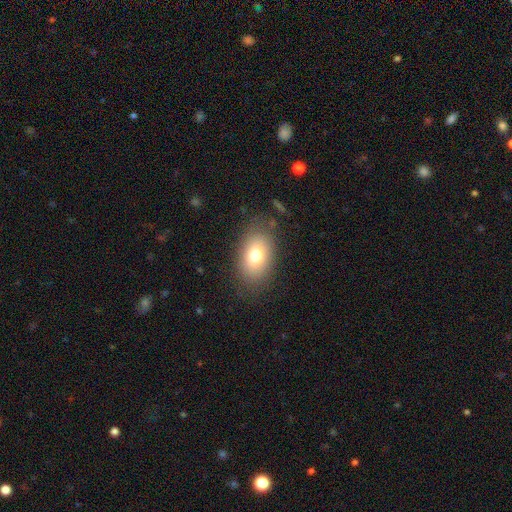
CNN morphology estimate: smooth 74%, featured or disk 15%, star or artifact 11%. Down the decision tree: how rounded — in between (82%); merging — none (81%).